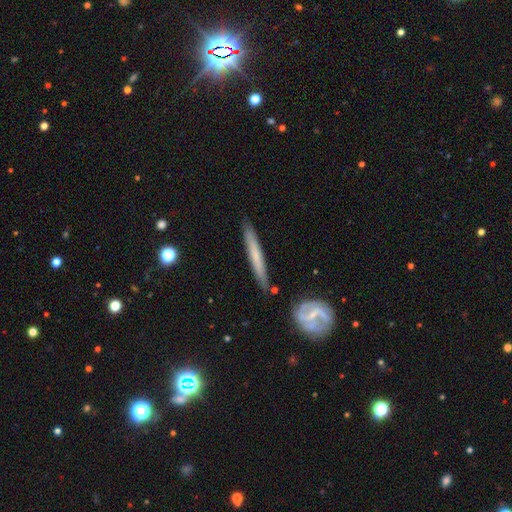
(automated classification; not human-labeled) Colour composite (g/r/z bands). It shows a featured or disk galaxy (50%) viewed edge-on (86%). Merging: none (84%).